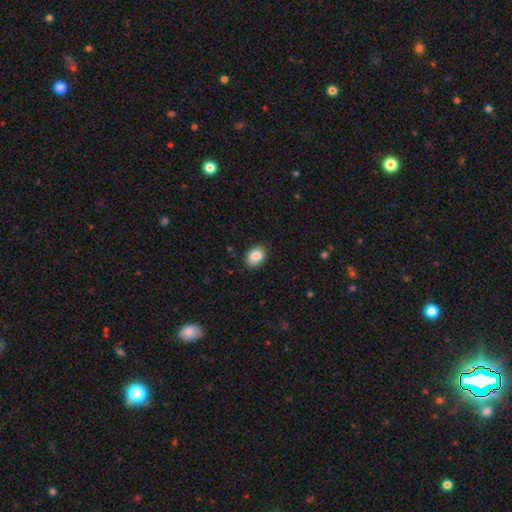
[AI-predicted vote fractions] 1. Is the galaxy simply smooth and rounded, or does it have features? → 87% smooth, 8% star or artifact, 6% featured or disk.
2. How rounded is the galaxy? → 76% in between, 23% round, 1% cigar-shaped.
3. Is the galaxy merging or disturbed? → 88% none, 9% minor disturbance, 2% major disturbance, 1% merger.